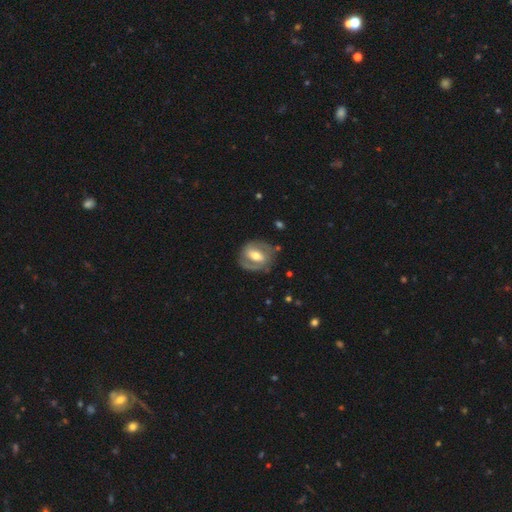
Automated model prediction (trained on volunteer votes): Smooth or featured? featured or disk (65%)
Edge-on disk? no (94%)
Bar? strong (40%)
Spiral arms? yes (64%)
Bulge size? moderate (68%)
Merging? none (74%)